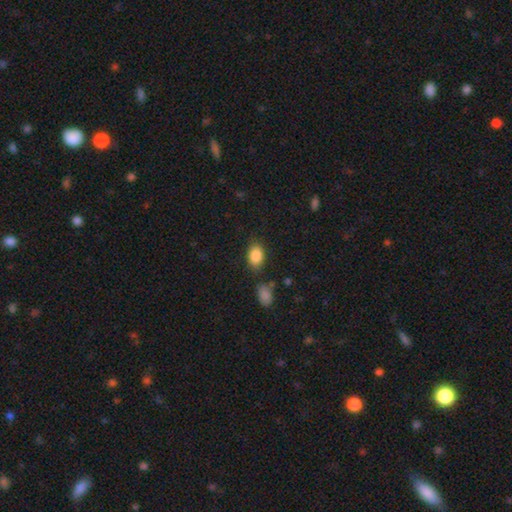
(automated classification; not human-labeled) smooth-or-featured: smooth: 86% | star or artifact: 8% | featured or disk: 5%
  how-rounded: in between: 84% | round: 15% | cigar-shaped: 1%
  merging: none: 77% | minor disturbance: 14% | merger: 5% | major disturbance: 4%